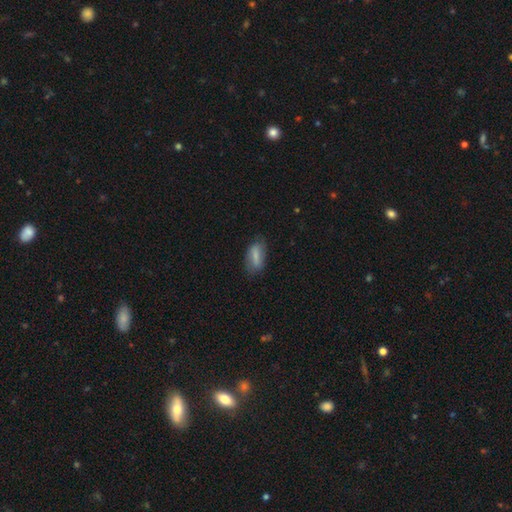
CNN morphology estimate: This is likely a smooth galaxy (71%). How rounded: clearly in between (83%). Merging: likely none (72%).